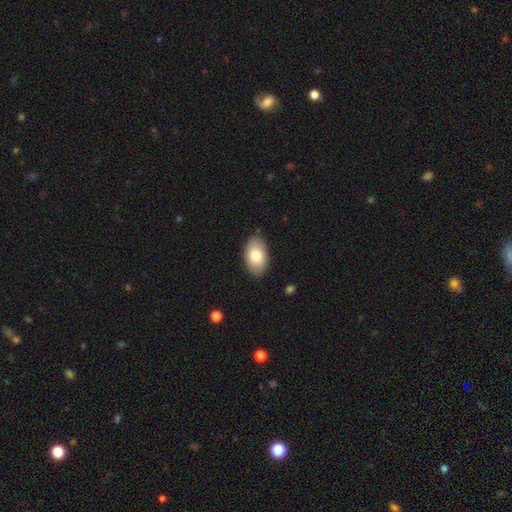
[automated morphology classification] Overall: smooth (81%). How rounded: in between (93%). Merging: none (86%).